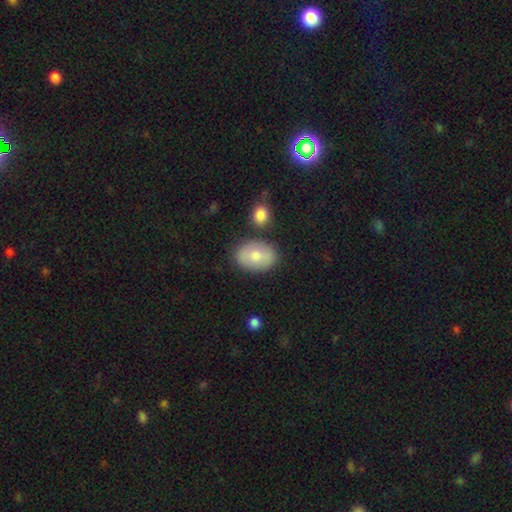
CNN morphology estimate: Smooth or featured: smooth — 73% (featured or disk — 20%)
How rounded: in between — 81% (round — 17%)
Merging: none — 78% (minor disturbance — 12%)